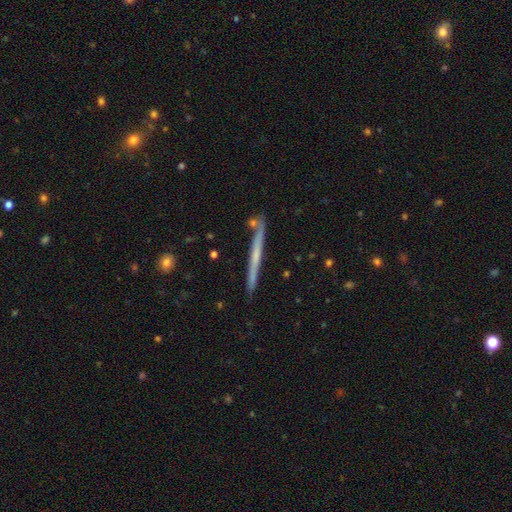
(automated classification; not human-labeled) Smooth or featured: featured or disk — 60% (smooth — 33%)
Edge-on disk: yes — 97% (no — 3%)
Edge-on bulge: none — 73% (rounded — 21%)
Merging: none — 85% (minor disturbance — 10%)